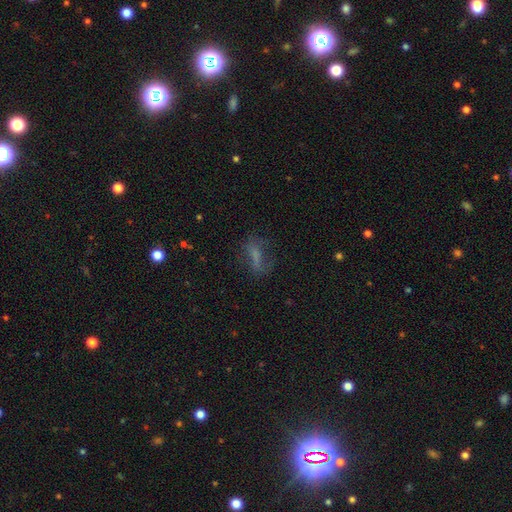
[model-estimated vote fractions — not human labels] The model was most divided on "smooth or featured": smooth: 50%, featured or disk: 32%, star or artifact: 18%. More confident: merging — none (55%).